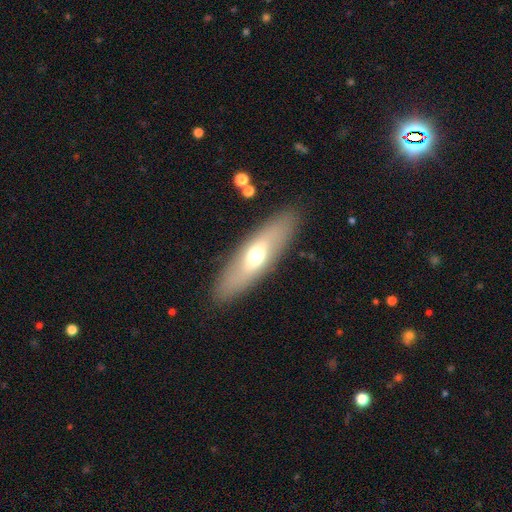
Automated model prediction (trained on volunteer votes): Smooth or featured? Predicted: smooth (p=0.54). How rounded? Predicted: in between (p=0.51). Merging? Predicted: none (p=0.87).